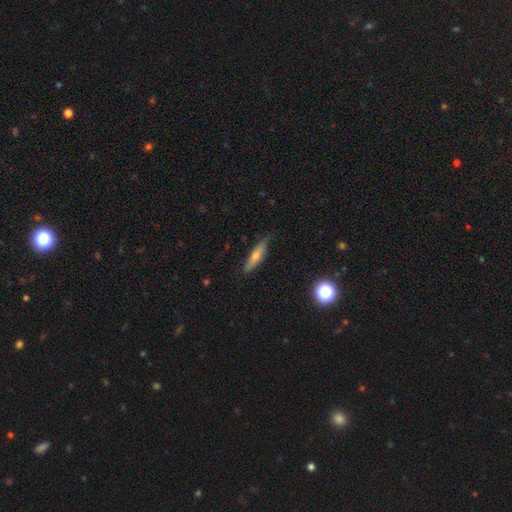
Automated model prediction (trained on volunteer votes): Overall: smooth (46%; featured or disk 44%). Merging: none (85%).